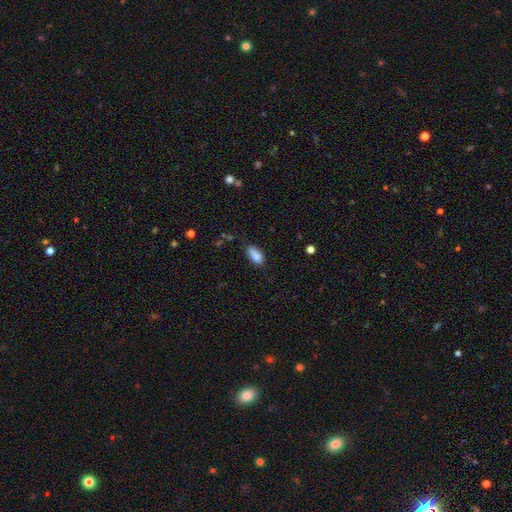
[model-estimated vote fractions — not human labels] Smooth or featured?
  - smooth: 84% *
  - star or artifact: 8%
  - featured or disk: 8%
How rounded?
  - in between: 83% *
  - cigar-shaped: 14%
  - round: 3%
Merging?
  - none: 63% *
  - minor disturbance: 26%
  - major disturbance: 6%
  - merger: 5%